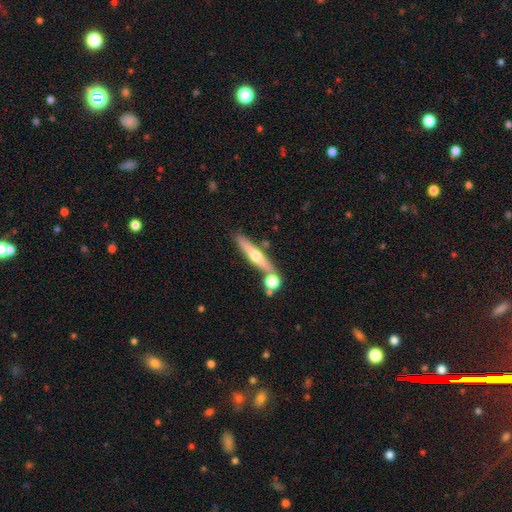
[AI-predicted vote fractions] A featured or disk galaxy (60%) viewed edge-on (94%) with a rounded central bulge (92%).

Vote fractions:
- Smooth or featured? featured or disk: 60% / smooth: 34% / star or artifact: 6%
- Edge-on disk? yes: 94% / no: 6%
- Edge-on bulge? rounded: 92% / none: 6% / boxy: 3%
- Merging? none: 72% / merger: 14% / minor disturbance: 11% / major disturbance: 3%